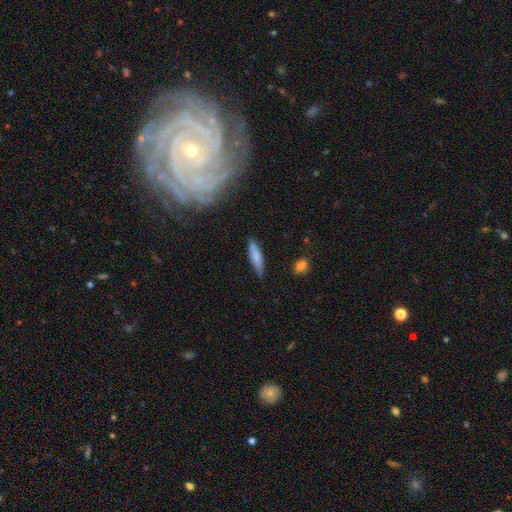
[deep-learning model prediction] smooth 75%, featured or disk 19%, star or artifact 7%. Down the decision tree: how rounded — cigar-shaped (77%); merging — none (78%).